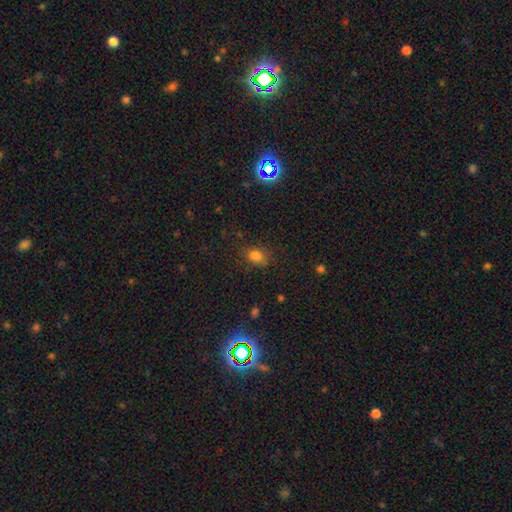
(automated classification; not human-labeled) This appears to be a smooth galaxy with no disk features (79%) that is in between round and cigar-shaped (61%). Merging: none (77%).